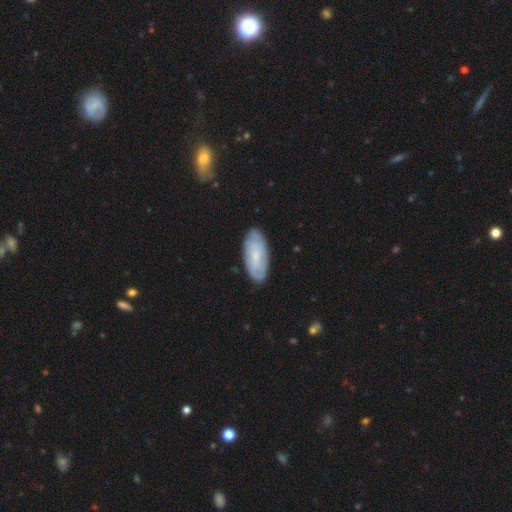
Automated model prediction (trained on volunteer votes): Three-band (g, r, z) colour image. It shows a smooth galaxy with no disk features (50%) that is in between round and cigar-shaped (86%). Merging: none (83%).